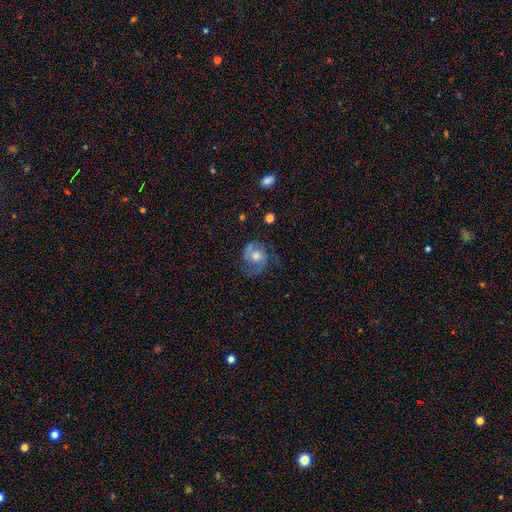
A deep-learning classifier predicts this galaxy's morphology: Overall: featured or disk (73%). Edge-on disk: no (98%). Bar: no (73%). Spiral arms: yes (93%). Spiral arm count: 2 (72%). Spiral winding: medium (47%; tight 35%). Bulge size: moderate (62%; small 25%). Merging: none (66%).